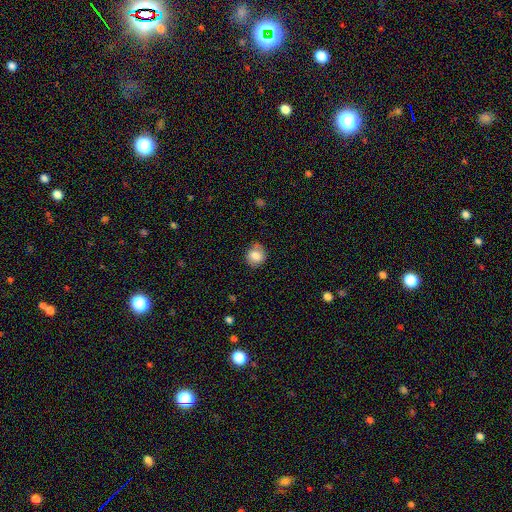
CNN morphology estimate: Smooth or featured? smooth (78%)
How rounded? round (77%)
Merging? none (75%)